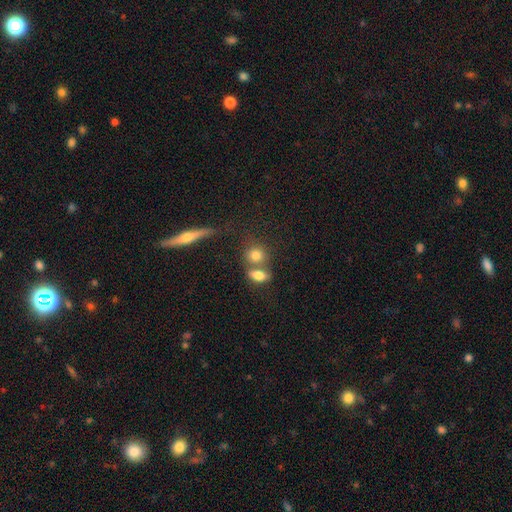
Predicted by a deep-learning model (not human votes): Smooth or featured? Predicted: smooth (p=0.77). How rounded? Predicted: round (p=0.63). Merging? Predicted: merger (p=0.44).